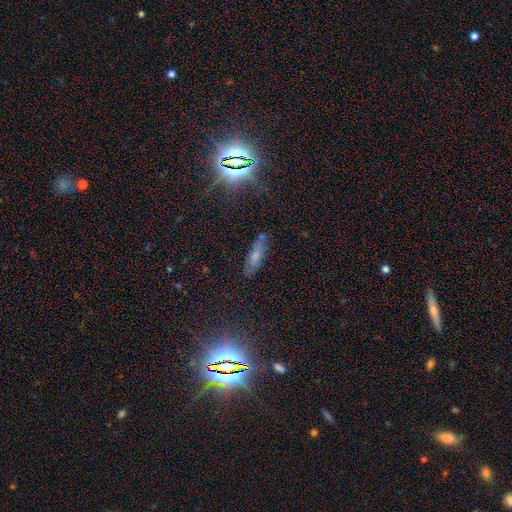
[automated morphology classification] A smooth galaxy with no disk features (61%) that is in between round and cigar-shaped (50%).

Vote fractions:
- Smooth or featured? smooth: 61% / featured or disk: 26% / star or artifact: 14%
- How rounded? in between: 50% / cigar-shaped: 47% / round: 3%
- Merging? none: 73% / minor disturbance: 17% / merger: 5% / major disturbance: 4%